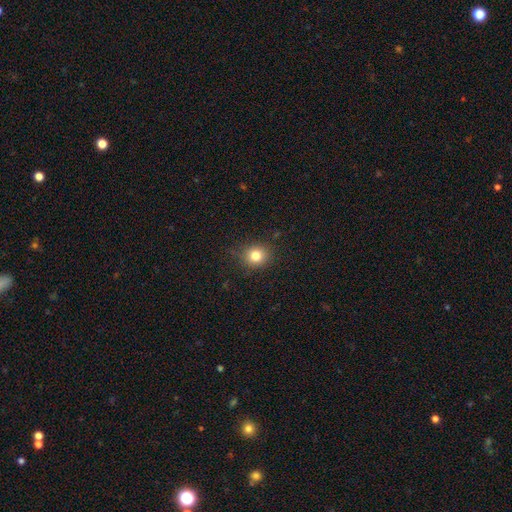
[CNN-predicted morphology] This is clearly a smooth galaxy (81%). How rounded: clearly round (83%). Merging: clearly none (85%).